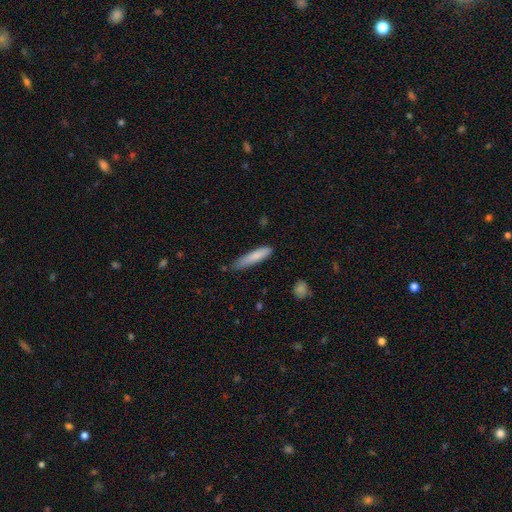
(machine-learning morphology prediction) Smooth or featured? Predicted: smooth (p=0.80). How rounded? Predicted: cigar-shaped (p=0.87). Merging? Predicted: none (p=0.67).